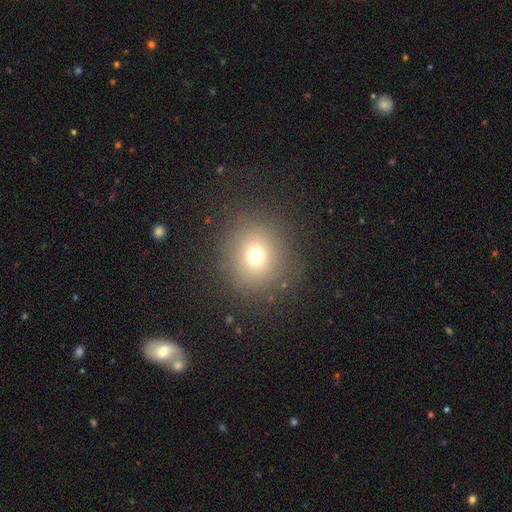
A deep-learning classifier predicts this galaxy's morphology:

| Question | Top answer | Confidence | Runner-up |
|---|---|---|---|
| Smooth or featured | smooth | 70% | star or artifact (19%) |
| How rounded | round | 87% | in between (12%) |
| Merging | none | 86% | minor disturbance (8%) |